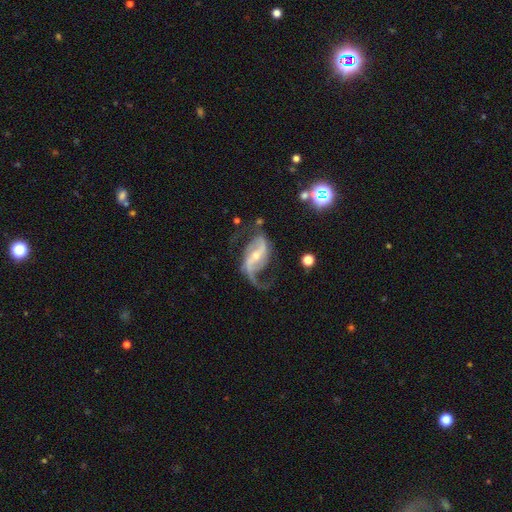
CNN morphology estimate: A featured or disk galaxy (90%) with a strong bar (42%), 2 (86%) loose (58%) spiral arms (97%) and a small central bulge (57%).

Vote fractions:
- Smooth or featured? featured or disk: 90% / star or artifact: 6% / smooth: 5%
- Edge-on disk? no: 97% / yes: 3%
- Bar? strong: 42% / weak: 37% / no: 21%
- Spiral arms? yes: 97% / no: 3%
- Spiral winding? loose: 58% / medium: 33% / tight: 9%
- Spiral arm count? 2: 86% / 1: 8% / can't tell: 3% / 3: 2% / 4: 1% / more than 4: 1%
- Bulge size? small: 57% / moderate: 39% / large: 2% / none: 1% / dominant: 1%
- Merging? none: 58% / minor disturbance: 20% / major disturbance: 19% / merger: 3%